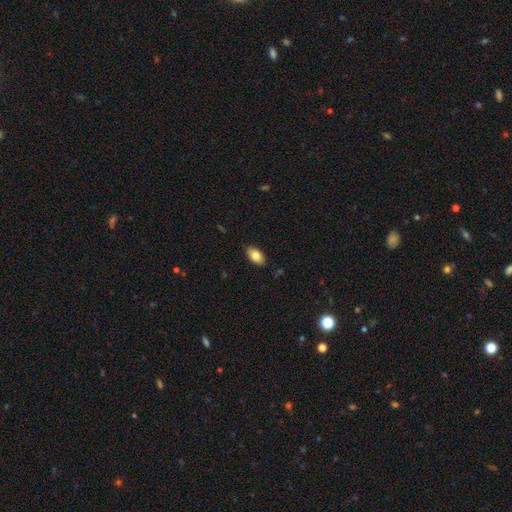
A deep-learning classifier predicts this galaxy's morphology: Smooth or featured: smooth — 79% (featured or disk — 14%)
How rounded: in between — 92% (round — 5%)
Merging: none — 86% (minor disturbance — 11%)